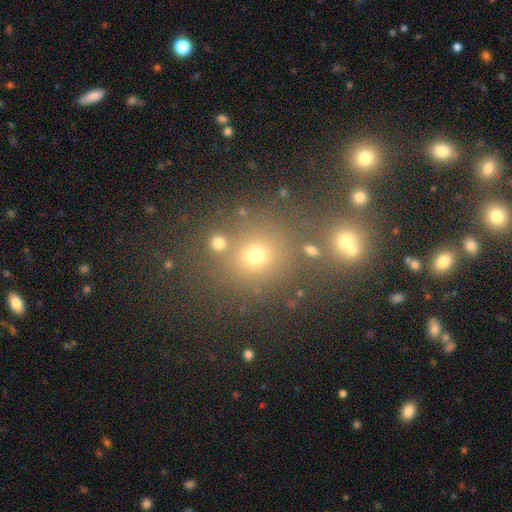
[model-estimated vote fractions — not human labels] Q: Smooth or featured?
A: smooth (56%); runner-up: star or artifact (34%)
Q: How rounded?
A: round (83%); runner-up: in between (16%)
Q: Merging?
A: none (73%); runner-up: merger (12%)